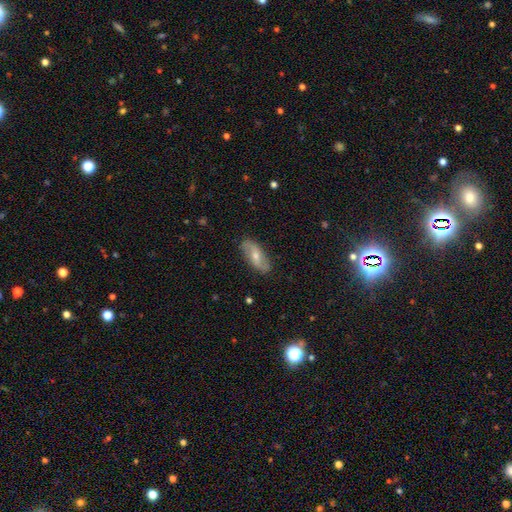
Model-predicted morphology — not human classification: A featured or disk galaxy (56%). Merging: none (84%).